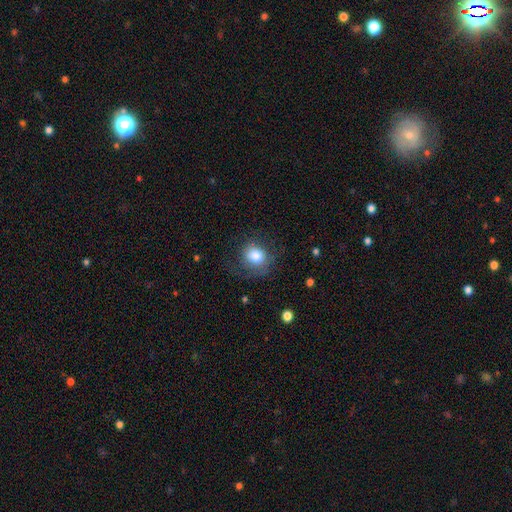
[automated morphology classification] smooth 77%, featured or disk 14%, star or artifact 9%. Down the decision tree: how rounded — round (73%); merging — none (61%).